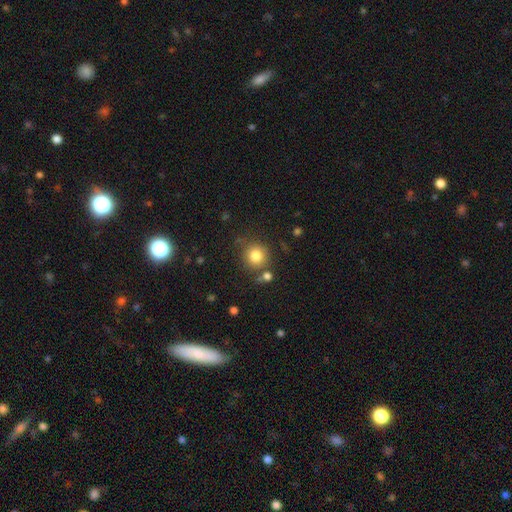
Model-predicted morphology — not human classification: smooth_or_featured: smooth (p=0.81) [alt: star or artifact p=0.11]
how_rounded: round (p=0.91) [alt: in between p=0.08]
merging: none (p=0.76) [alt: minor disturbance p=0.11]